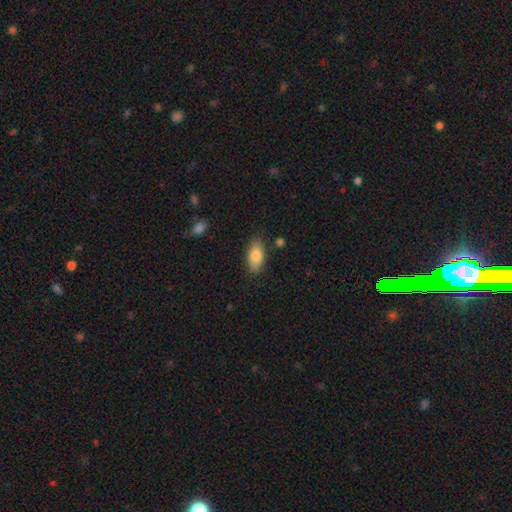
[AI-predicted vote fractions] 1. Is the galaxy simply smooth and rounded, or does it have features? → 82% smooth, 12% featured or disk, 7% star or artifact.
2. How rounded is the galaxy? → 89% in between, 7% cigar-shaped, 3% round.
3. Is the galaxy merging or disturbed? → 84% none, 12% minor disturbance, 3% major disturbance, 2% merger.